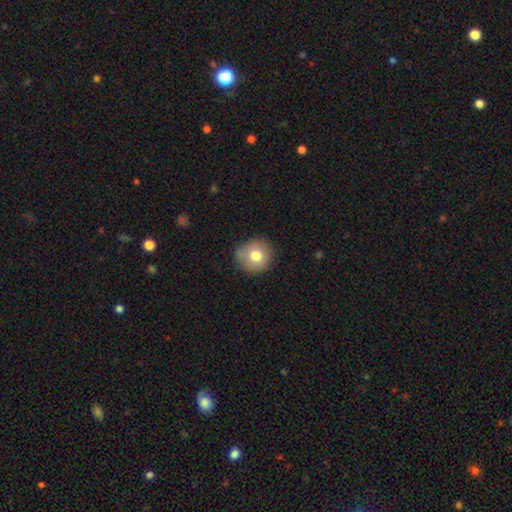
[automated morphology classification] The model was most divided on "smooth or featured": smooth: 78%, featured or disk: 13%, star or artifact: 10%. More confident: how rounded — round (92%); merging — none (81%).